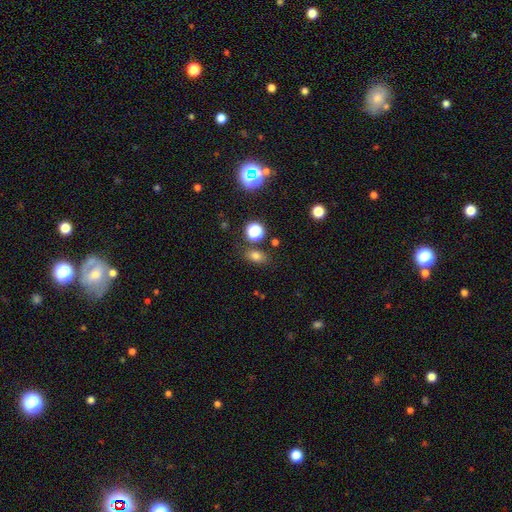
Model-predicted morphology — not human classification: Smooth or featured? Predicted: smooth (p=0.73). How rounded? Predicted: in between (p=0.72). Merging? Predicted: none (p=0.78).